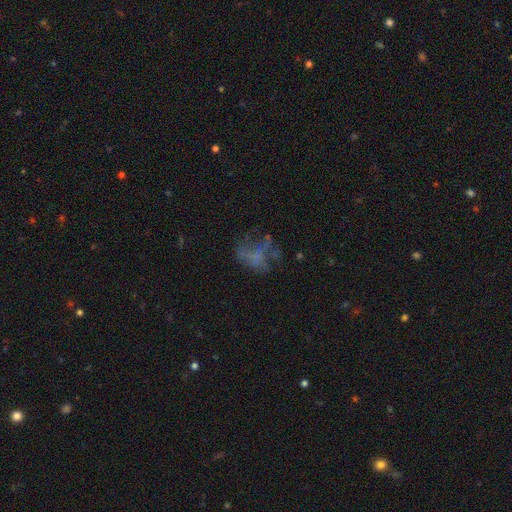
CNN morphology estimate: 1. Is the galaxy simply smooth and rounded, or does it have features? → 43% featured or disk, 34% smooth, 23% star or artifact.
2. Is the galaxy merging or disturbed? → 40% none, 37% major disturbance, 17% minor disturbance, 6% merger.